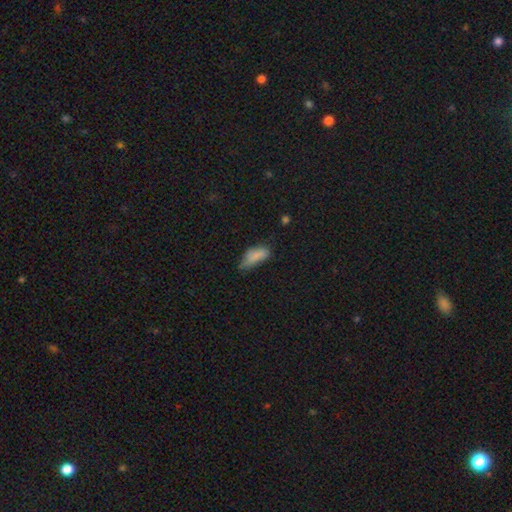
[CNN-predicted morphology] smooth 77%, featured or disk 13%, star or artifact 10%. Down the decision tree: how rounded — in between (80%); merging — minor disturbance (43%).